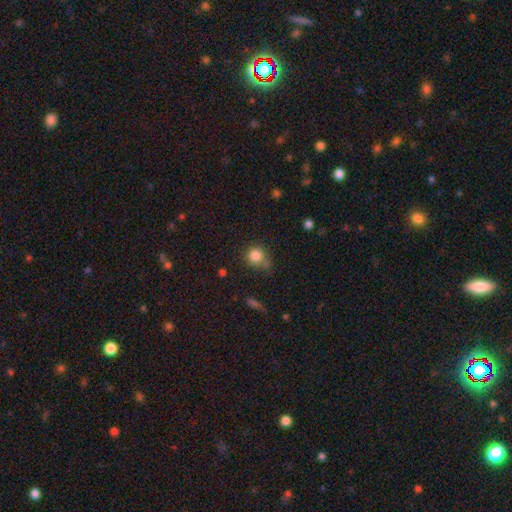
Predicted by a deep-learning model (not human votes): smooth_or_featured: smooth (p=0.84) [alt: star or artifact p=0.11]
how_rounded: round (p=0.89) [alt: in between p=0.10]
merging: none (p=0.64) [alt: minor disturbance p=0.20]